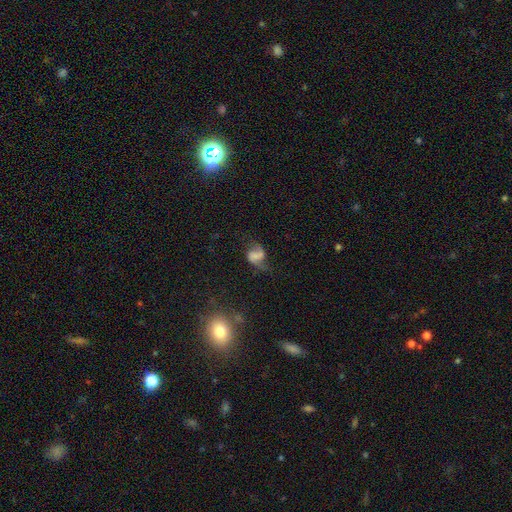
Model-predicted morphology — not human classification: Q: Smooth or featured?
A: featured or disk (61%); runner-up: smooth (27%)
Q: Edge-on disk?
A: no (97%); runner-up: yes (3%)
Q: Bar?
A: no (44%); runner-up: weak (40%)
Q: Spiral arms?
A: yes (86%); runner-up: no (14%)
Q: Spiral winding?
A: loose (63%); runner-up: medium (29%)
Q: Spiral arm count?
A: 2 (84%); runner-up: 1 (9%)
Q: Bulge size?
A: none (40%); runner-up: small (30%)
Q: Merging?
A: none (45%); runner-up: major disturbance (24%)